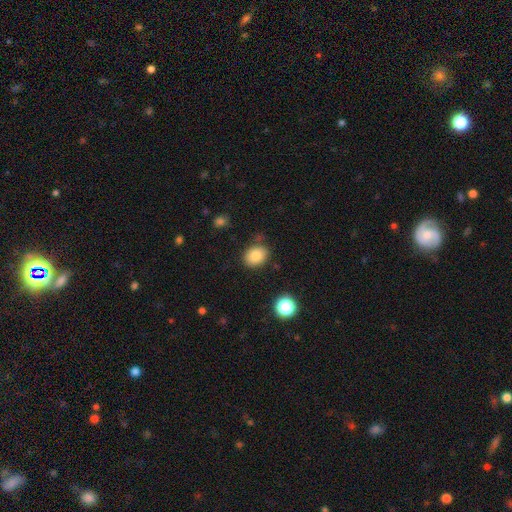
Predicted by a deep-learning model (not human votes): Smooth or featured? smooth (84%)
How rounded? in between (58%)
Merging? none (81%)